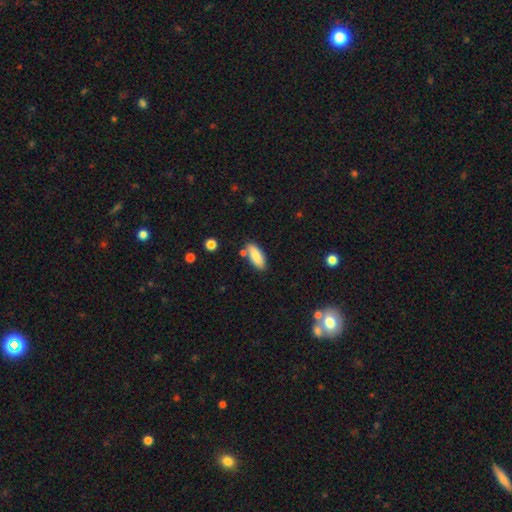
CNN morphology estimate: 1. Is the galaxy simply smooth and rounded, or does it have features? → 83% smooth, 10% featured or disk, 7% star or artifact.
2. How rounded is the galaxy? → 74% in between, 24% cigar-shaped, 2% round.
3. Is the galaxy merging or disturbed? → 76% none, 14% minor disturbance, 7% merger, 3% major disturbance.